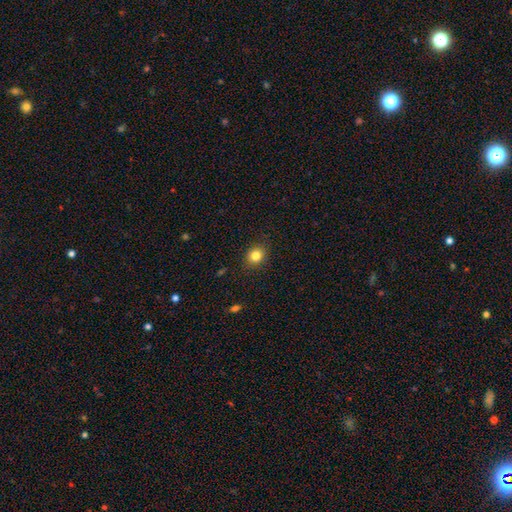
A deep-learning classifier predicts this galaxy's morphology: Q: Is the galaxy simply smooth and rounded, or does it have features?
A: smooth — 82%.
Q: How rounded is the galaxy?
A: round — 77%.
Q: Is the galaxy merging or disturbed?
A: none — 89%.